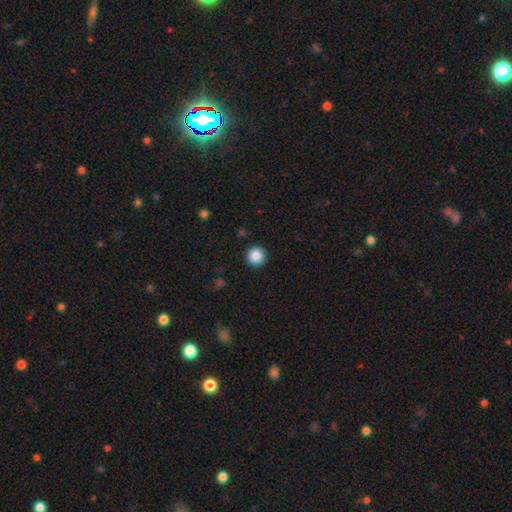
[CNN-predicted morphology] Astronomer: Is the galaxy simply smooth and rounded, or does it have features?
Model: smooth — 87%.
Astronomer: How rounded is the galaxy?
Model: round — 96%.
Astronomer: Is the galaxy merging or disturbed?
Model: none — 93%.